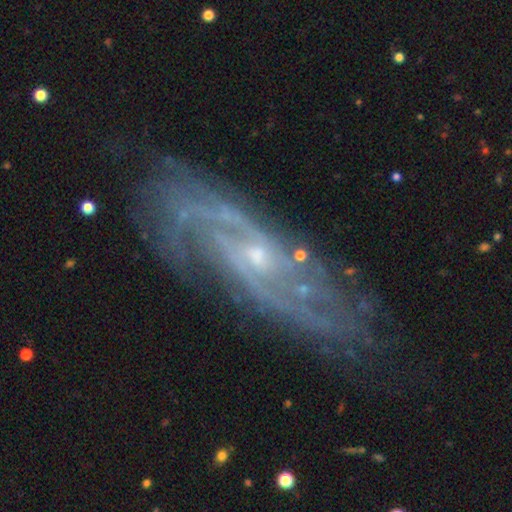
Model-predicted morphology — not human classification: This is clearly a featured or disk galaxy (82%). It is clearly not viewed edge-on (86%). Bar: likely no (61%). Spiral arm pattern: clearly yes (94%). Spiral arm count: marginally 2 (36%). Spiral winding: marginally medium (41%). Central bulge: likely small (76%). Merging: likely none (79%).